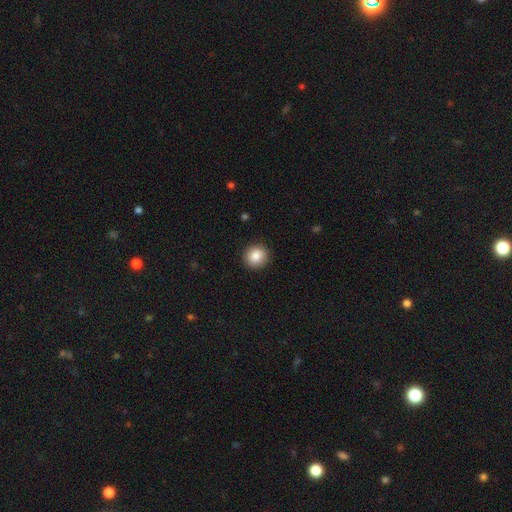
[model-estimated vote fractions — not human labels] Smooth or featured?
  - smooth: 86% *
  - star or artifact: 8%
  - featured or disk: 5%
How rounded?
  - round: 89% *
  - in between: 10%
  - cigar-shaped: 1%
Merging?
  - none: 91% *
  - minor disturbance: 6%
  - major disturbance: 2%
  - merger: 1%